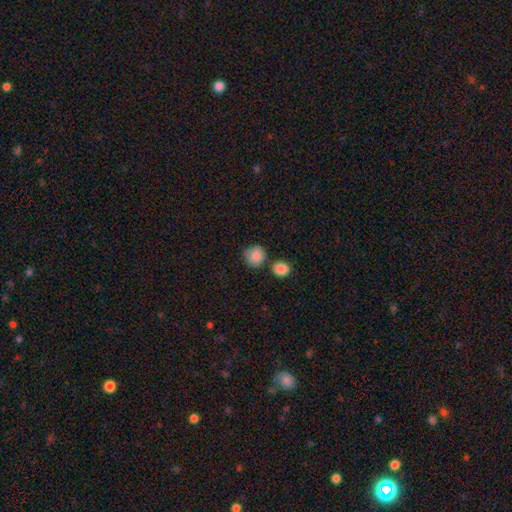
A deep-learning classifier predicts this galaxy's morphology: Smooth or featured: smooth — 85% (star or artifact — 8%)
How rounded: round — 83% (in between — 16%)
Merging: none — 60% (minor disturbance — 20%)